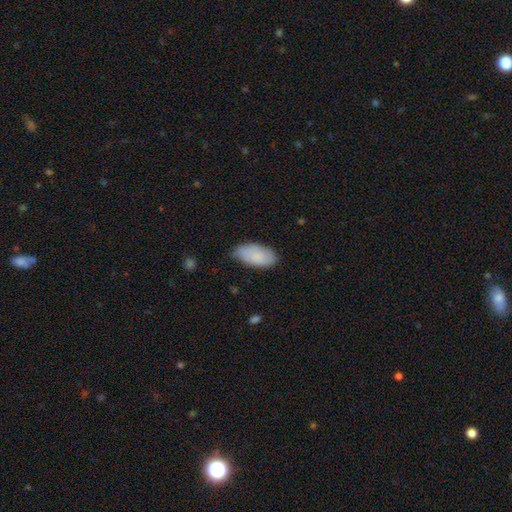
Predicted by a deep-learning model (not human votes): smooth-or-featured: smooth: 80% | featured or disk: 14% | star or artifact: 6%
  how-rounded: in between: 94% | cigar-shaped: 4% | round: 2%
  merging: none: 69% | minor disturbance: 26% | major disturbance: 4% | merger: 1%